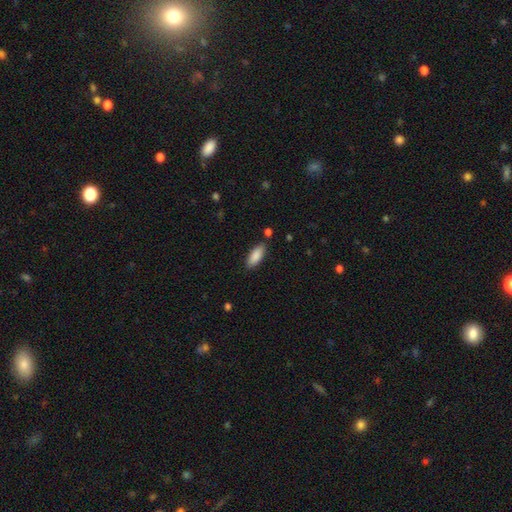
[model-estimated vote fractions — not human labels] This is clearly a smooth galaxy (88%). How rounded: likely in between (77%). Merging: clearly none (83%).